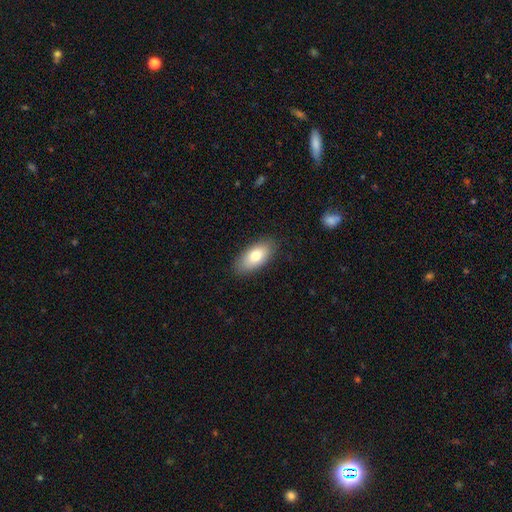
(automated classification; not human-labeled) This appears to be a smooth galaxy with no disk features (78%) that is in between round and cigar-shaped (90%). Merging: none (87%).